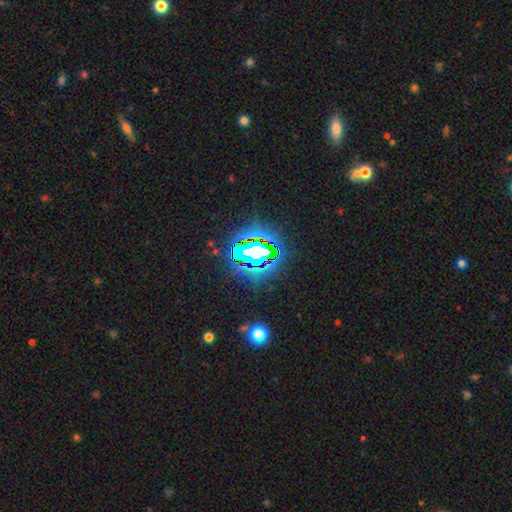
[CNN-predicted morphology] type=star or artifact (73%).